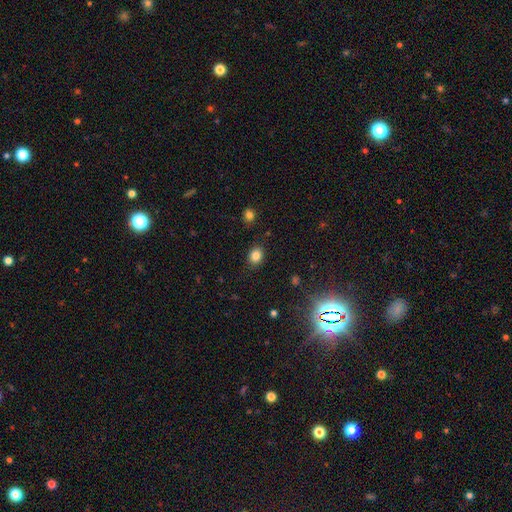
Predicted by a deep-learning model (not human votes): smooth-or-featured: smooth: 83% | star or artifact: 12% | featured or disk: 5%
  how-rounded: in between: 51% | round: 48% | cigar-shaped: 1%
  merging: none: 86% | minor disturbance: 10% | major disturbance: 3% | merger: 2%